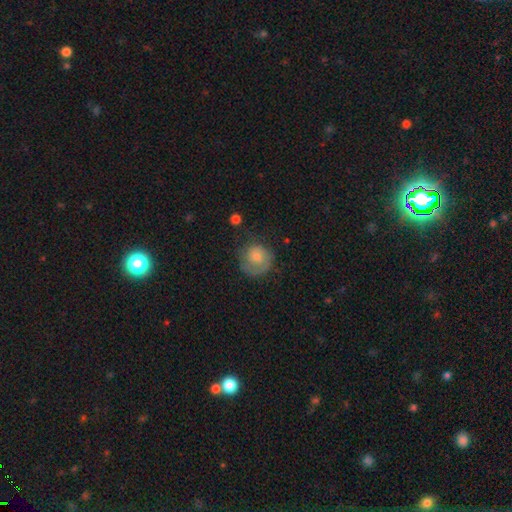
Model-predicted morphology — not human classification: Smooth or featured: smooth — 60% (featured or disk — 31%)
How rounded: round — 84% (in between — 15%)
Merging: none — 61% (minor disturbance — 22%)